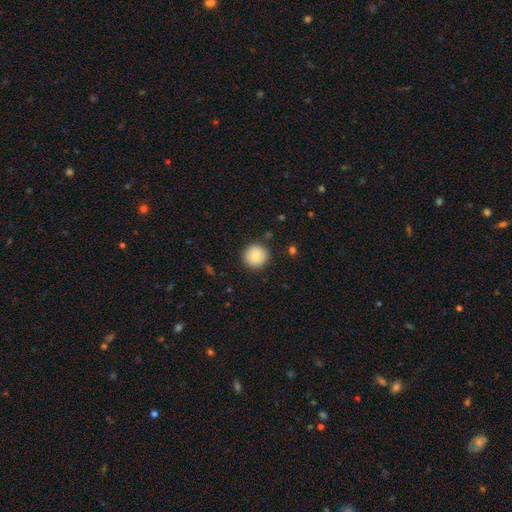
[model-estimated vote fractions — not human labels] Smooth or featured?
  - smooth: 84% *
  - star or artifact: 8%
  - featured or disk: 8%
How rounded?
  - round: 94% *
  - in between: 5%
  - cigar-shaped: 1%
Merging?
  - none: 90% *
  - minor disturbance: 7%
  - major disturbance: 2%
  - merger: 1%